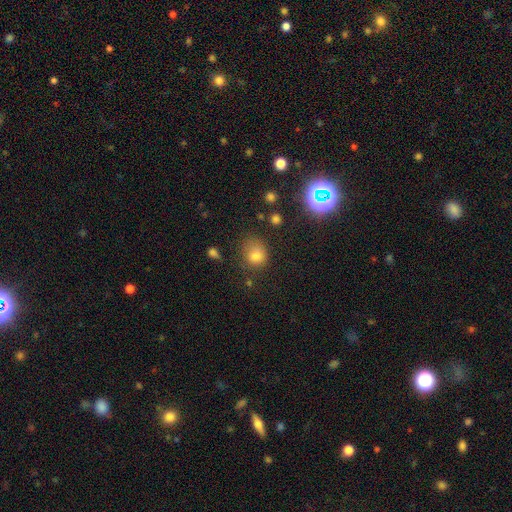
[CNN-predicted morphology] The model was most divided on "how rounded": round: 58%, in between: 41%, cigar-shaped: 1%. More confident: smooth or featured — smooth (76%); merging — none (50%).